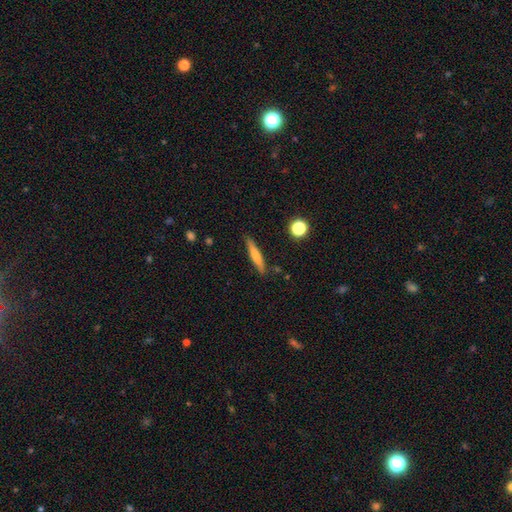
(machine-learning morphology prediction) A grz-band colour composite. It shows a smooth galaxy with no disk features (62%) that is cigar-shaped (91%). Merging: none (86%).